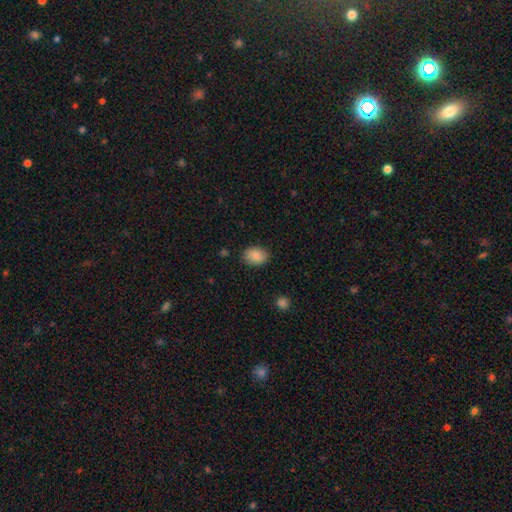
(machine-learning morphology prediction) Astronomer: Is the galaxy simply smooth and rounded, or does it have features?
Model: smooth — 86%.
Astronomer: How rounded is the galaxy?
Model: in between — 80%.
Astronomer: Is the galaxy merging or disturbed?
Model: none — 87%.